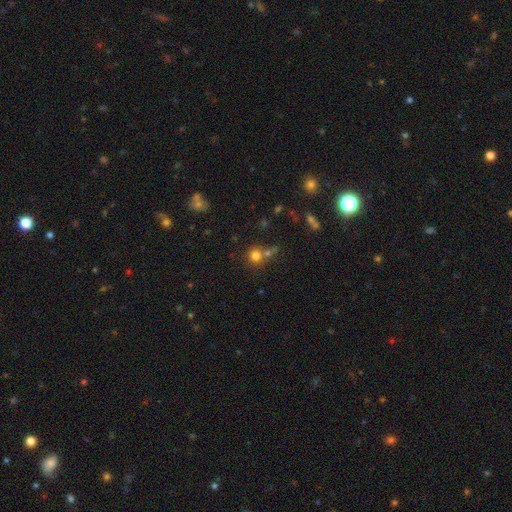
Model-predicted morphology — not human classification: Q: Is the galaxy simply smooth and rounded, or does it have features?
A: smooth — 76%.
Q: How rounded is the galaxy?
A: round — 89%.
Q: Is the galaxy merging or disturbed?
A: none — 61%.